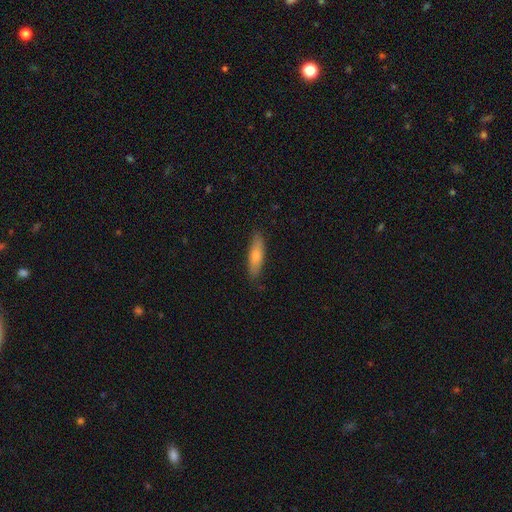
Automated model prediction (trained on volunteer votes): Smooth or featured: smooth — 65% (featured or disk — 29%)
How rounded: cigar-shaped — 69% (in between — 29%)
Merging: none — 87% (minor disturbance — 11%)